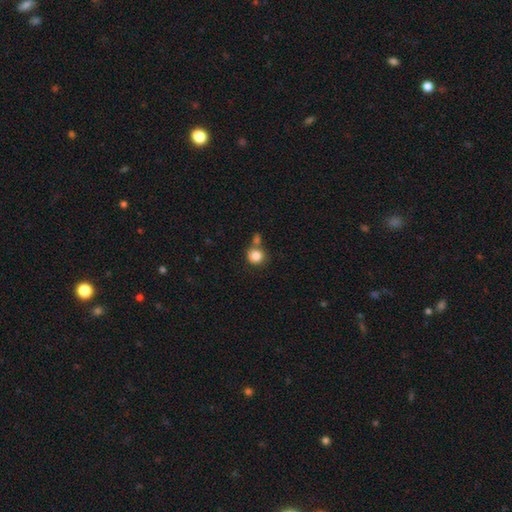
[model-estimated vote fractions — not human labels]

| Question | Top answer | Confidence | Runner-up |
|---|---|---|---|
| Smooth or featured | smooth | 84% | star or artifact (9%) |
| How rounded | round | 86% | in between (13%) |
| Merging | none | 54% | merger (29%) |